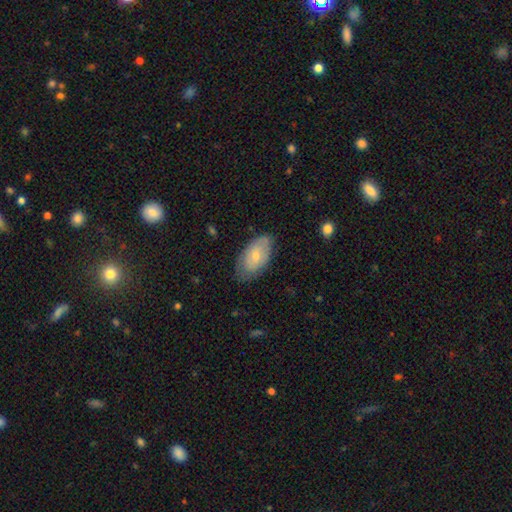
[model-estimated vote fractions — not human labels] smooth_or_featured: smooth (p=0.62) [alt: featured or disk p=0.32]
how_rounded: in between (p=0.94) [alt: round p=0.04]
merging: none (p=0.68) [alt: minor disturbance p=0.25]